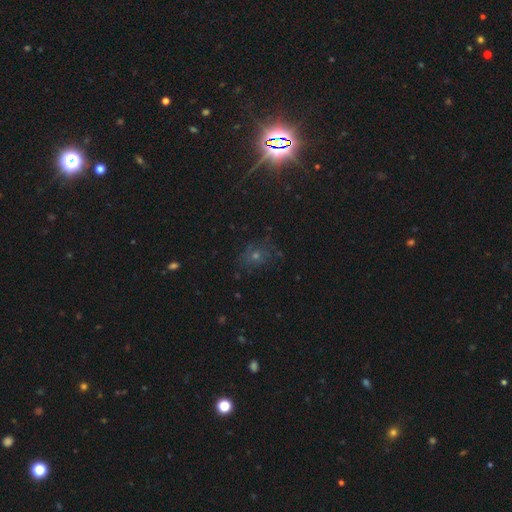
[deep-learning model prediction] This appears to be a star or artifact, not a galaxy (54%).